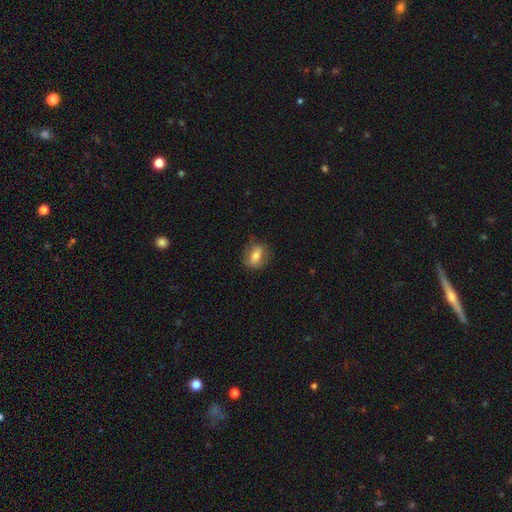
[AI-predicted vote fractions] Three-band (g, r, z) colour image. It shows a smooth galaxy with no disk features (64%) that is in between round and cigar-shaped (66%). Merging: none (76%).